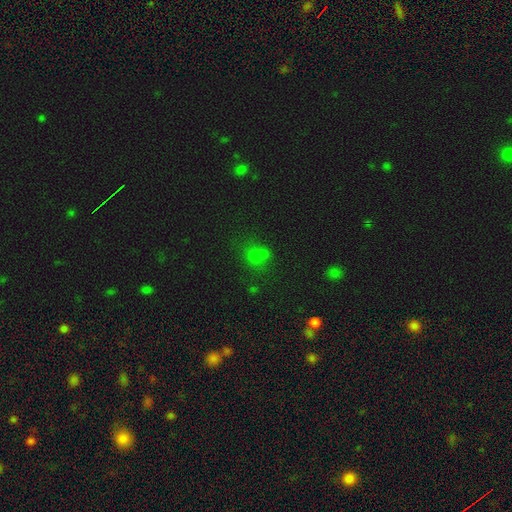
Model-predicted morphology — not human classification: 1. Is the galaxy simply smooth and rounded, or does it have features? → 55% smooth, 33% star or artifact, 12% featured or disk.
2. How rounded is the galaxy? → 77% round, 21% in between, 1% cigar-shaped.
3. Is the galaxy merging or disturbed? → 49% none, 36% merger, 10% minor disturbance, 6% major disturbance.